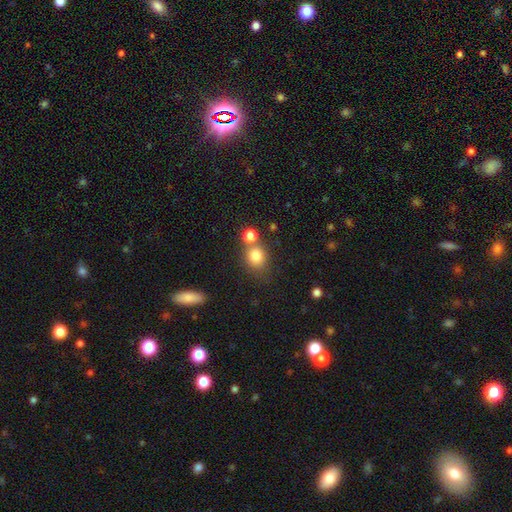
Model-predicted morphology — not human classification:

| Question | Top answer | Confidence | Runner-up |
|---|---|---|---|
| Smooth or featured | smooth | 81% | star or artifact (12%) |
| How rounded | round | 76% | in between (23%) |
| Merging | none | 59% | merger (25%) |